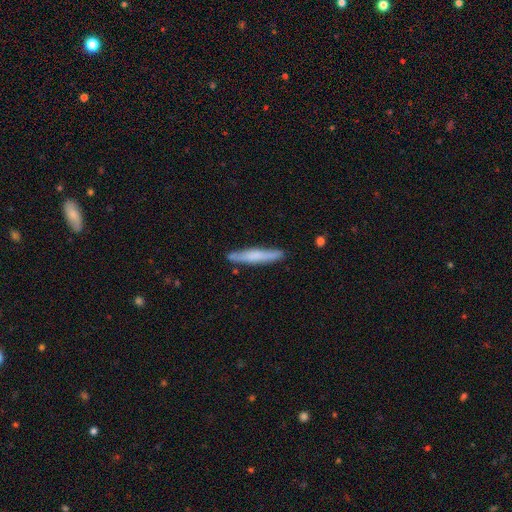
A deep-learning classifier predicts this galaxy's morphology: A smooth galaxy with no disk features (60%) that is cigar-shaped (94%).

Vote fractions:
- Smooth or featured? smooth: 60% / featured or disk: 34% / star or artifact: 6%
- How rounded? cigar-shaped: 94% / in between: 5% / round: 1%
- Merging? none: 86% / minor disturbance: 10% / major disturbance: 2% / merger: 2%